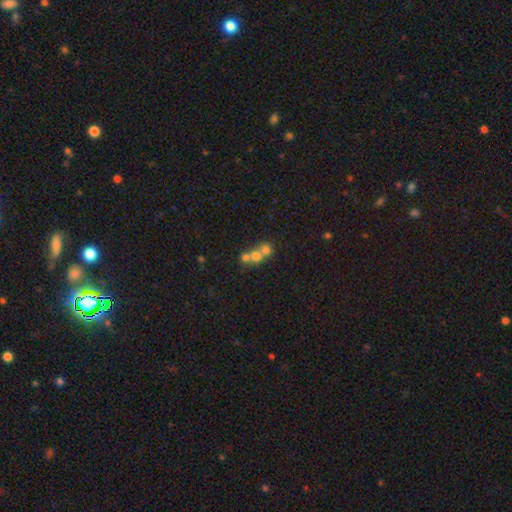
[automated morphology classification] smooth_or_featured: smooth (p=0.60) [alt: featured or disk p=0.25]
how_rounded: round (p=0.67) [alt: in between p=0.31]
merging: merger (p=0.66) [alt: none p=0.24]